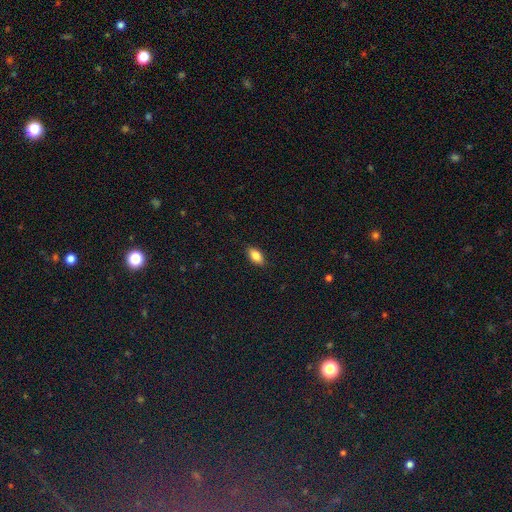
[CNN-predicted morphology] A smooth galaxy with no disk features (84%) that is in between round and cigar-shaped (90%). Merging: none (87%).